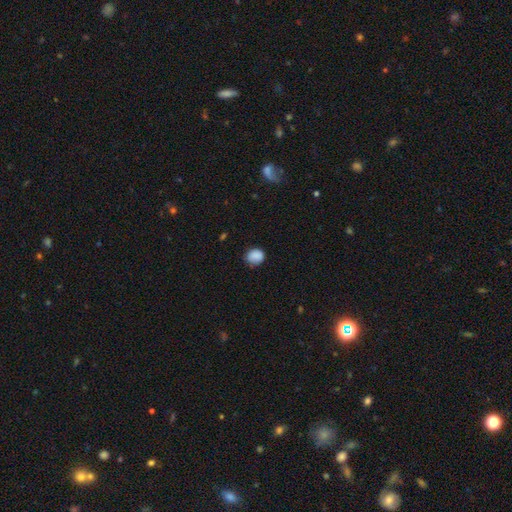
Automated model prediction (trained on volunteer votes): smooth_or_featured: smooth (p=0.87) [alt: star or artifact p=0.09]
how_rounded: round (p=0.70) [alt: in between p=0.30]
merging: none (p=0.75) [alt: minor disturbance p=0.20]